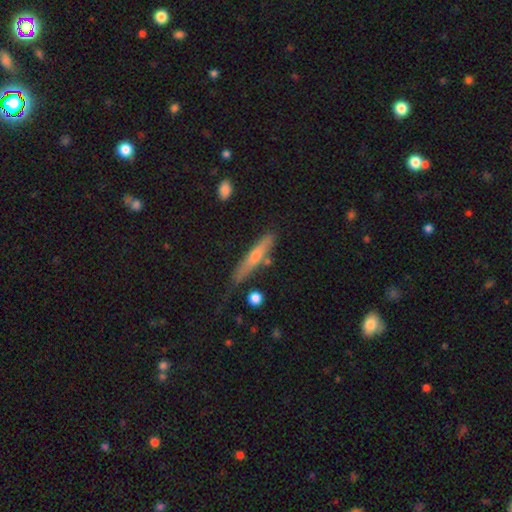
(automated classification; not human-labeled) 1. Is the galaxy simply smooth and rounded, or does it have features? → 54% smooth, 40% featured or disk, 6% star or artifact.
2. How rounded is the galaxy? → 91% cigar-shaped, 8% in between, 2% round.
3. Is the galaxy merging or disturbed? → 71% none, 19% minor disturbance, 5% merger, 4% major disturbance.